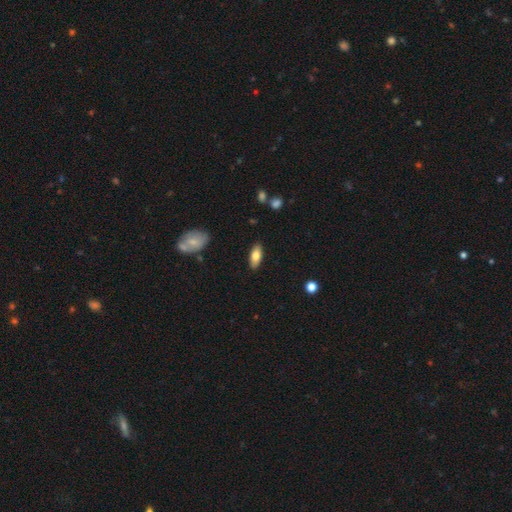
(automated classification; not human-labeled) Smooth or featured?
  - smooth: 74% *
  - featured or disk: 20%
  - star or artifact: 6%
How rounded?
  - in between: 80% *
  - cigar-shaped: 18%
  - round: 2%
Merging?
  - none: 87% *
  - minor disturbance: 9%
  - major disturbance: 2%
  - merger: 1%